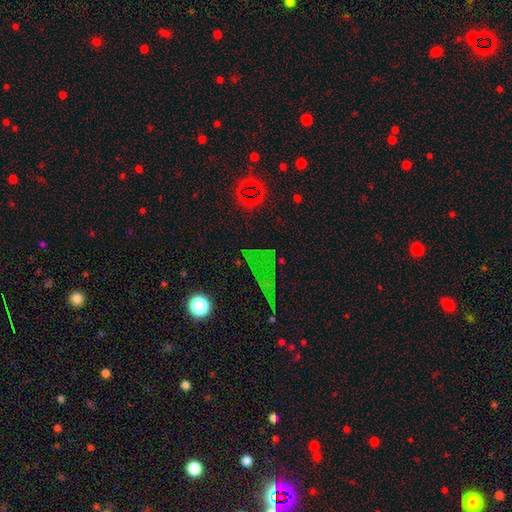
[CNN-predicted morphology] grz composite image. It shows a star or artifact, not a galaxy (64%).